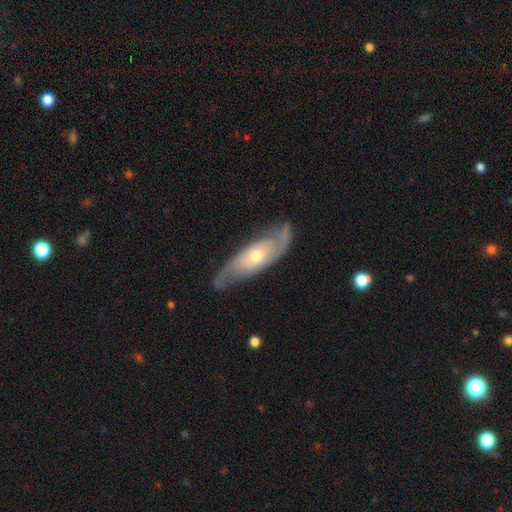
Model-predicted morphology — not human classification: Smooth or featured? featured or disk (76%)
Edge-on disk? no (81%)
Bar? no (73%)
Spiral arms? yes (89%)
Spiral winding? medium (40%)
Spiral arm count? 2 (77%)
Bulge size? moderate (49%)
Merging? none (73%)